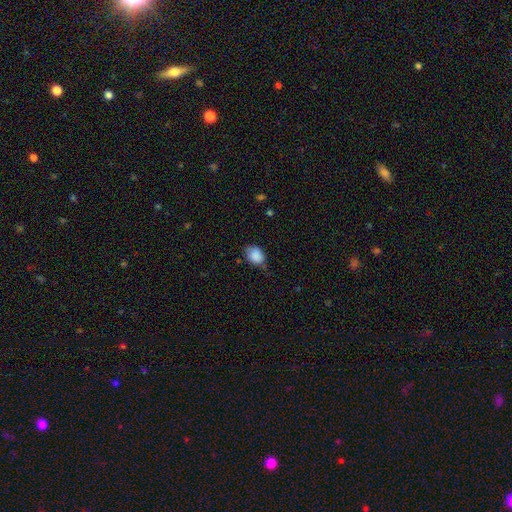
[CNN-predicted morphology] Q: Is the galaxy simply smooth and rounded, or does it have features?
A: smooth — 86%.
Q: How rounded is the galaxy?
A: in between — 72%.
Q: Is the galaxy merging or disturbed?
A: none — 58%.